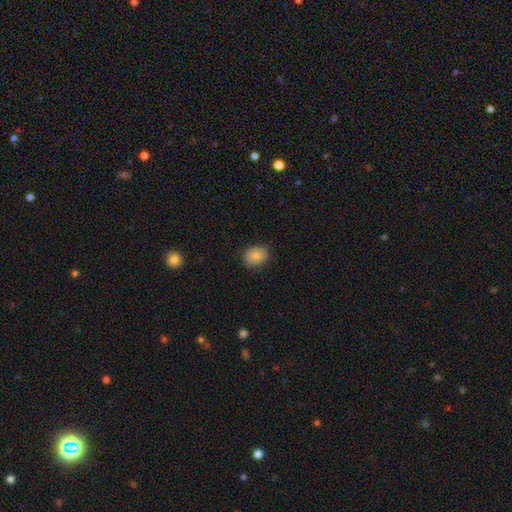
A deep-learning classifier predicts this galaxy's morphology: Smooth or featured: smooth — 83% (star or artifact — 9%)
How rounded: round — 55% (in between — 44%)
Merging: none — 86% (minor disturbance — 11%)